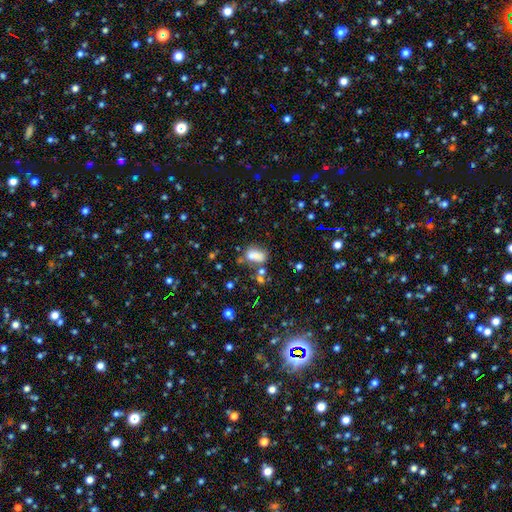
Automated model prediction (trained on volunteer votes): Overall: smooth (73%). How rounded: in between (82%). Merging: none (45%; merger 23%).